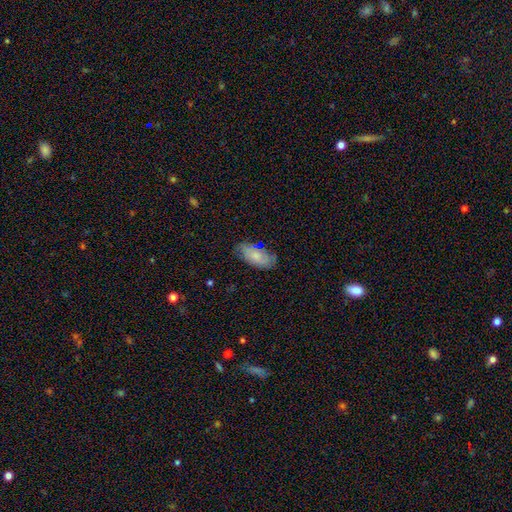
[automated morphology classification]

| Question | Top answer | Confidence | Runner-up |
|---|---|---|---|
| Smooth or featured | smooth | 73% | featured or disk (20%) |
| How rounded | in between | 90% | cigar-shaped (8%) |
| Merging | none | 68% | minor disturbance (22%) |